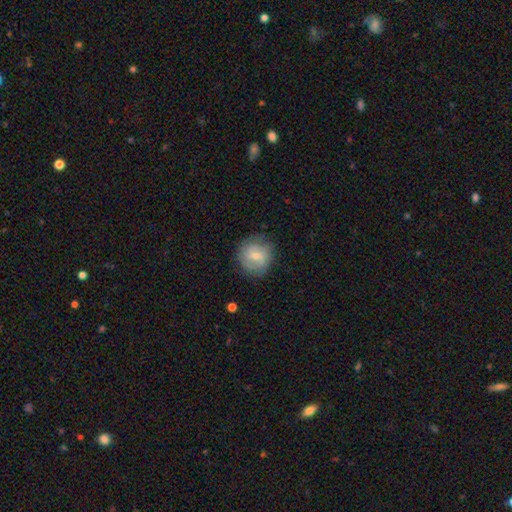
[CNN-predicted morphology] Smooth or featured? featured or disk (64%)
Edge-on disk? no (98%)
Bar? weak (50%)
Spiral arms? yes (88%)
Spiral winding? tight (46%)
Spiral arm count? 2 (50%)
Bulge size? small (62%)
Merging? none (79%)